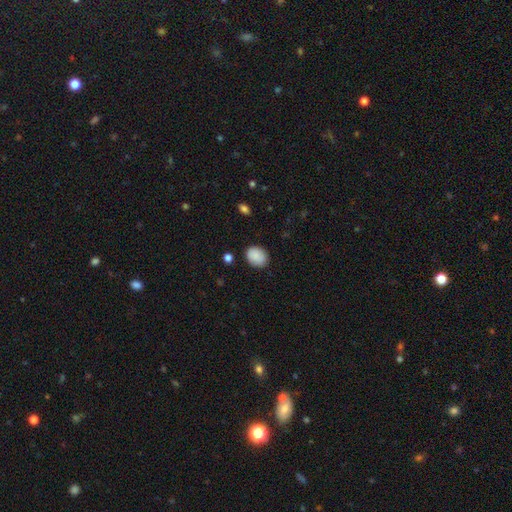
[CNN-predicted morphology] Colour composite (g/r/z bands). It shows a smooth galaxy with no disk features (89%) that is in between round and cigar-shaped (57%). Merging: none (82%).